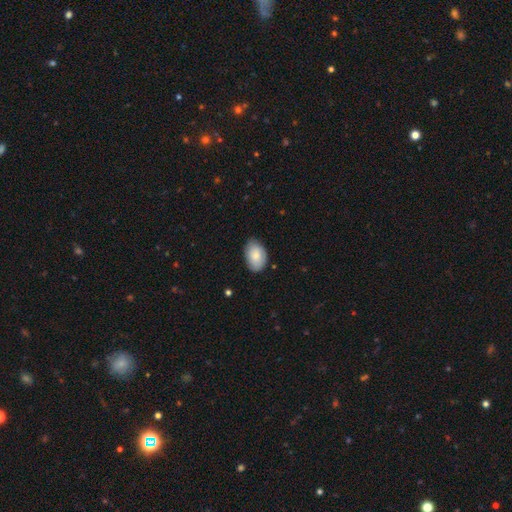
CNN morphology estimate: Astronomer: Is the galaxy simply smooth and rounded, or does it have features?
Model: smooth — 78%.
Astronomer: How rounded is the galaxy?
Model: in between — 87%.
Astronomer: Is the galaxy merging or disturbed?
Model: none — 74%.